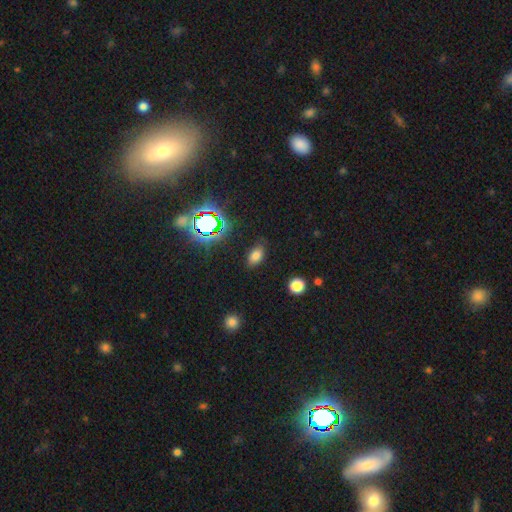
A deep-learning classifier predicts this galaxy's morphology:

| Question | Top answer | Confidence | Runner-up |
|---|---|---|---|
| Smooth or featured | smooth | 73% | star or artifact (19%) |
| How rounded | in between | 89% | round (8%) |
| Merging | none | 81% | minor disturbance (13%) |